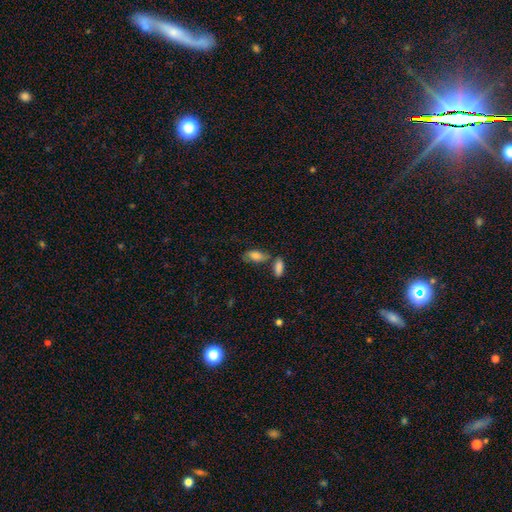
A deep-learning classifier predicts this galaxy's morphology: This is likely a smooth galaxy (77%). How rounded: clearly in between (86%). Merging: possibly none (56%).